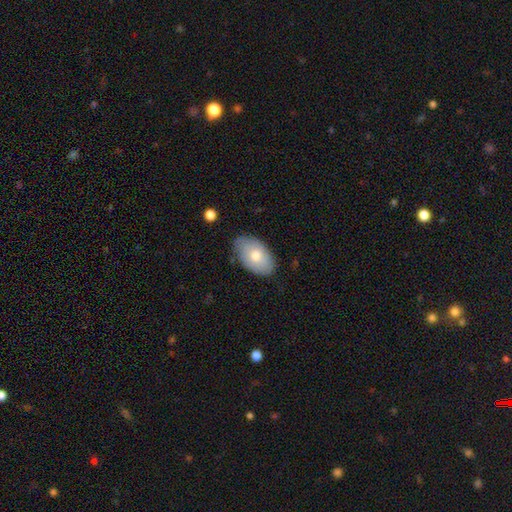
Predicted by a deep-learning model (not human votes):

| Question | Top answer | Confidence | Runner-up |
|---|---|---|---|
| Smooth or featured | smooth | 72% | featured or disk (21%) |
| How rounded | in between | 93% | round (6%) |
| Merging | none | 76% | minor disturbance (19%) |